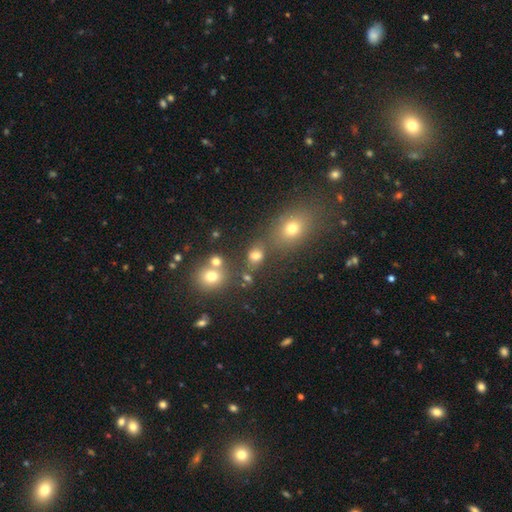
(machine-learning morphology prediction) Smooth or featured?
  - smooth: 73% *
  - star or artifact: 18%
  - featured or disk: 9%
How rounded?
  - in between: 52% *
  - round: 45%
  - cigar-shaped: 2%
Merging?
  - none: 57% *
  - merger: 23%
  - minor disturbance: 12%
  - major disturbance: 7%